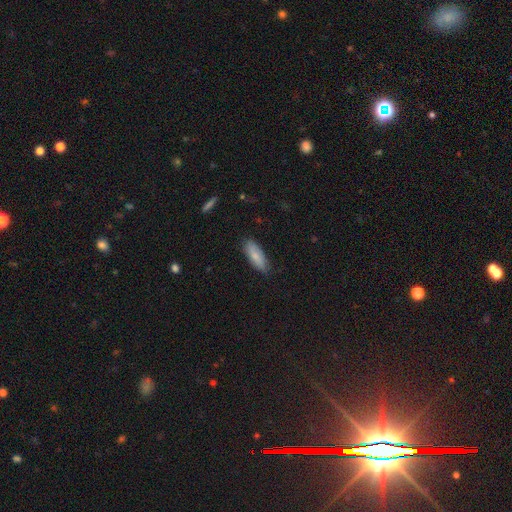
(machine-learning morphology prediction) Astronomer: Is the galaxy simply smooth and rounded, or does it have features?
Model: smooth — 79%.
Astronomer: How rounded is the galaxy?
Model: in between — 67%.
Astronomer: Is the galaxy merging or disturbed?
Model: none — 83%.